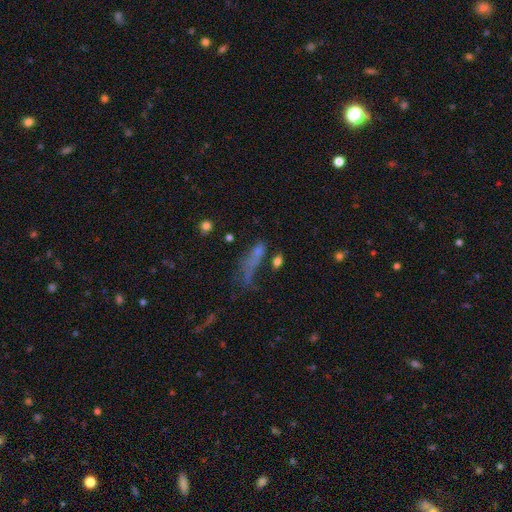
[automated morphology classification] A smooth galaxy with no disk features (53%) that is cigar-shaped (49%).

Vote fractions:
- Smooth or featured? smooth: 53% / featured or disk: 24% / star or artifact: 23%
- How rounded? cigar-shaped: 49% / in between: 44% / round: 8%
- Merging? major disturbance: 38% / none: 29% / minor disturbance: 18% / merger: 16%